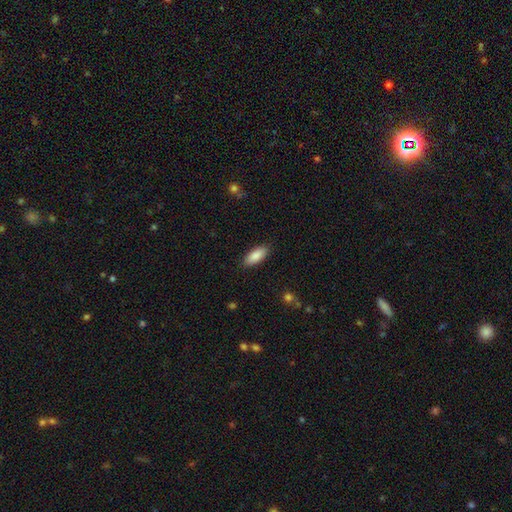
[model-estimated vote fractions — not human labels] Smooth or featured? Predicted: smooth (p=0.87). How rounded? Predicted: in between (p=0.82). Merging? Predicted: none (p=0.88).